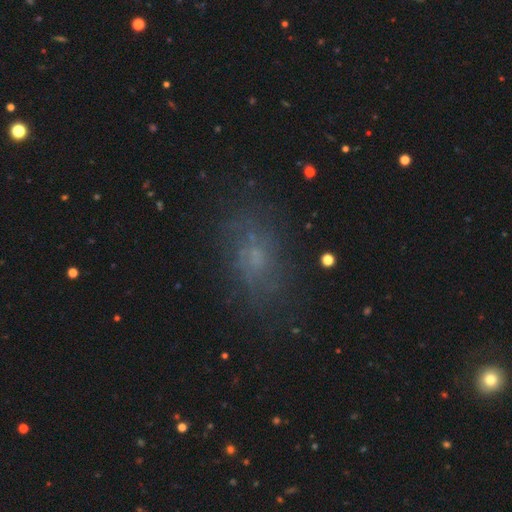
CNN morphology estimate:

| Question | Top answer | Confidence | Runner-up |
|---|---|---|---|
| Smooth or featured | smooth | 50% | featured or disk (28%) |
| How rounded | in between | 80% | round (16%) |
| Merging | none | 74% | minor disturbance (16%) |